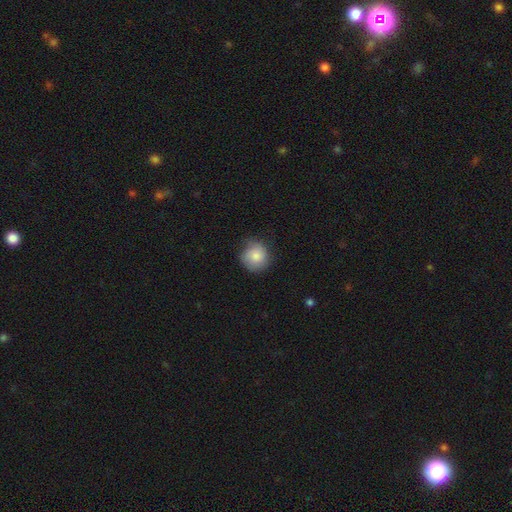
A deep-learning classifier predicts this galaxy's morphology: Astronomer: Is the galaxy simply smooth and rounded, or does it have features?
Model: smooth — 82%.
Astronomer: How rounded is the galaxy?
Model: round — 90%.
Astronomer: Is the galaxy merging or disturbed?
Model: none — 69%.